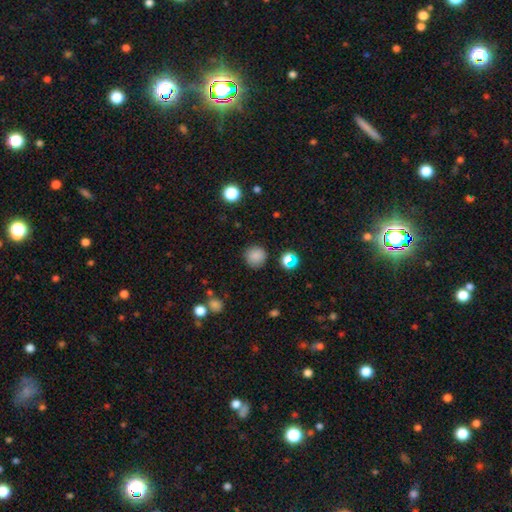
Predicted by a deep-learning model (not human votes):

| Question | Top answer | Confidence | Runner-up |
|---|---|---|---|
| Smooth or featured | smooth | 83% | star or artifact (13%) |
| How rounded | round | 94% | in between (5%) |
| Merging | none | 87% | minor disturbance (8%) |